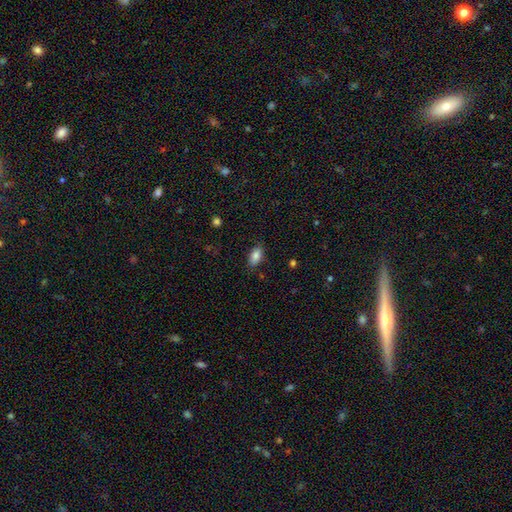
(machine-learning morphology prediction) type=smooth (85%); roundness=in between (91%); merging=none (82%).